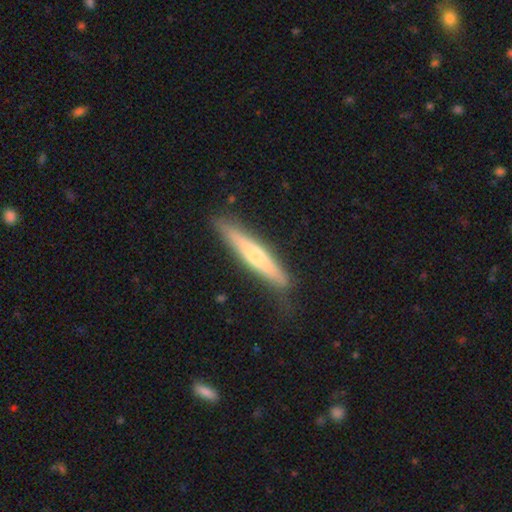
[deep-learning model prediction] smooth-or-featured: smooth: 49% | featured or disk: 46% | star or artifact: 6%
  merging: none: 82% | minor disturbance: 14% | major disturbance: 3% | merger: 1%